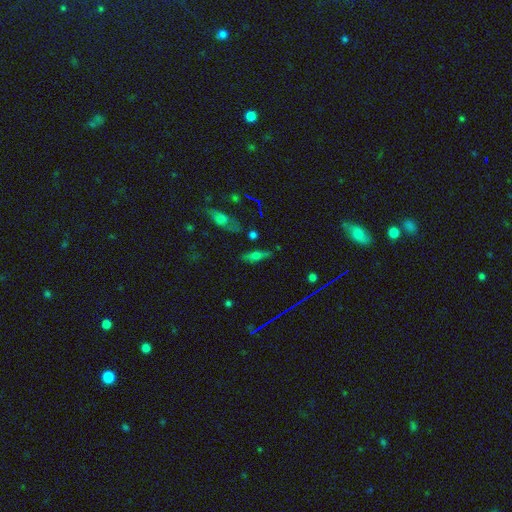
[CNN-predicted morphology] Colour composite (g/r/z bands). It shows a smooth galaxy with no disk features (49%). Merging: none (77%).